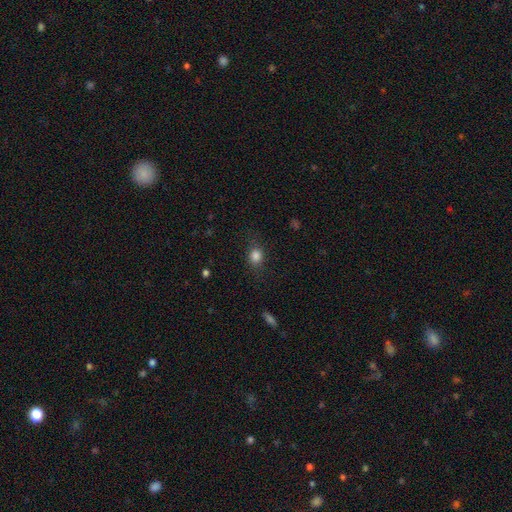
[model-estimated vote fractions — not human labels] Smooth or featured: smooth — 82% (star or artifact — 11%)
How rounded: round — 57% (in between — 41%)
Merging: none — 75% (minor disturbance — 16%)